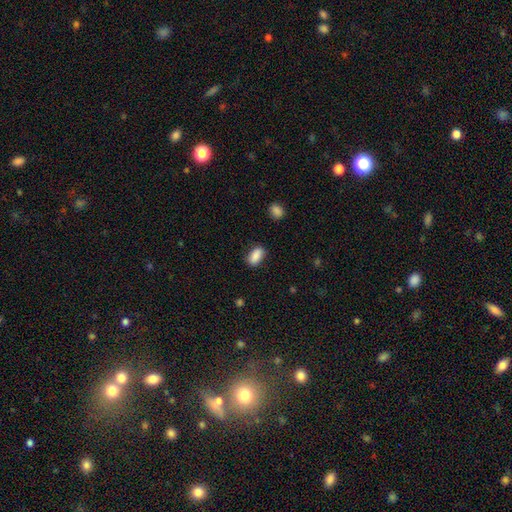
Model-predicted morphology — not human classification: Overall: smooth (89%). How rounded: in between (90%). Merging: none (84%).